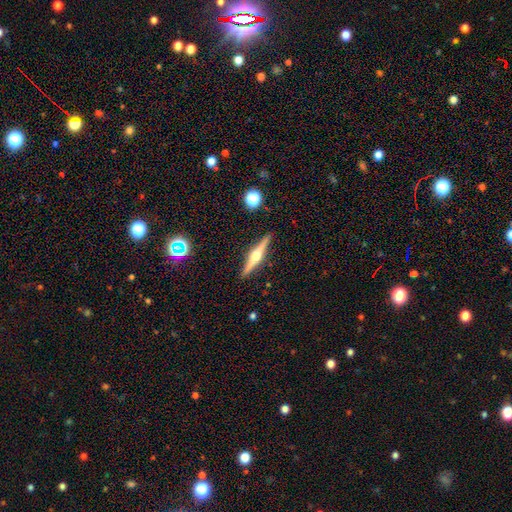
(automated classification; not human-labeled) This is likely a featured or disk galaxy (78%). It is clearly viewed edge-on (98%). Edge-on bulge: clearly rounded (95%). Merging: clearly none (91%).